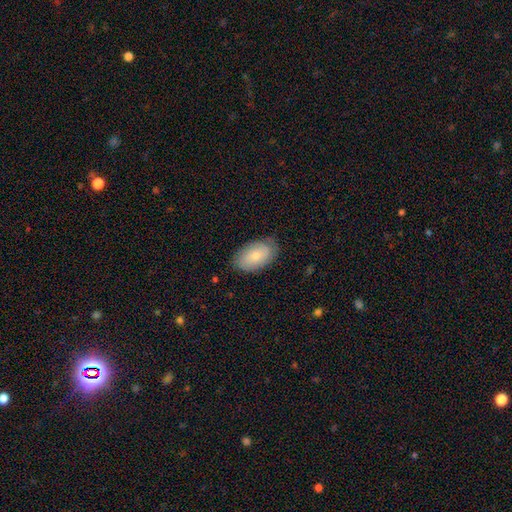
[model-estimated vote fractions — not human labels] This is likely a smooth galaxy (75%). How rounded: clearly in between (94%). Merging: likely none (79%).